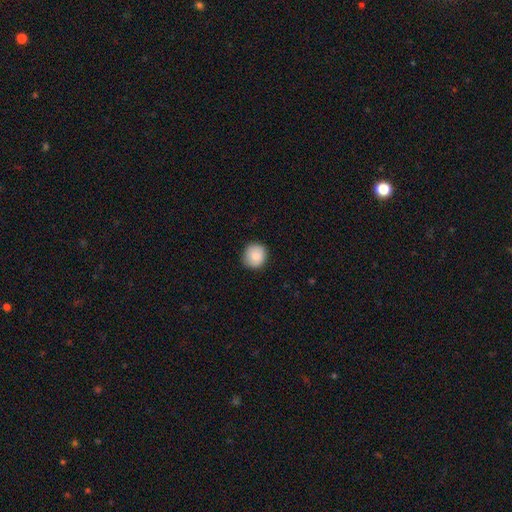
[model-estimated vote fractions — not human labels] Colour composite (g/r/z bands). It shows a smooth galaxy with no disk features (85%) that is round (90%). Merging: none (87%).